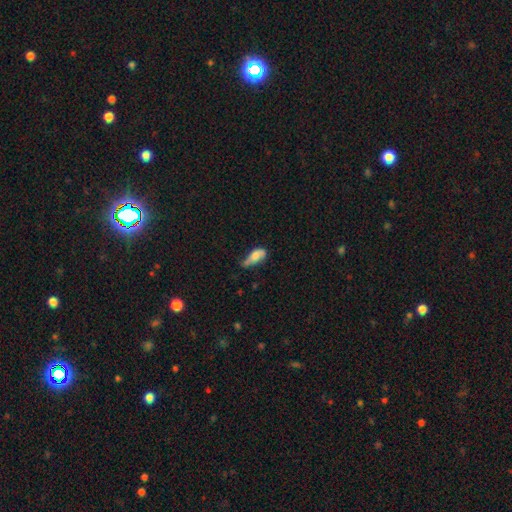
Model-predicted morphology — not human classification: Q: Smooth or featured?
A: smooth (71%); runner-up: featured or disk (21%)
Q: How rounded?
A: in between (81%); runner-up: cigar-shaped (16%)
Q: Merging?
A: minor disturbance (44%); runner-up: none (32%)